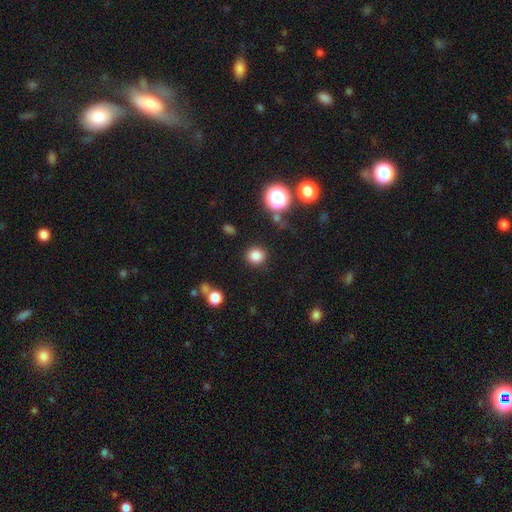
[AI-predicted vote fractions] smooth-or-featured: smooth: 83% | star or artifact: 13% | featured or disk: 4%
  how-rounded: round: 88% | in between: 11% | cigar-shaped: 1%
  merging: none: 88% | minor disturbance: 7% | major disturbance: 3% | merger: 2%